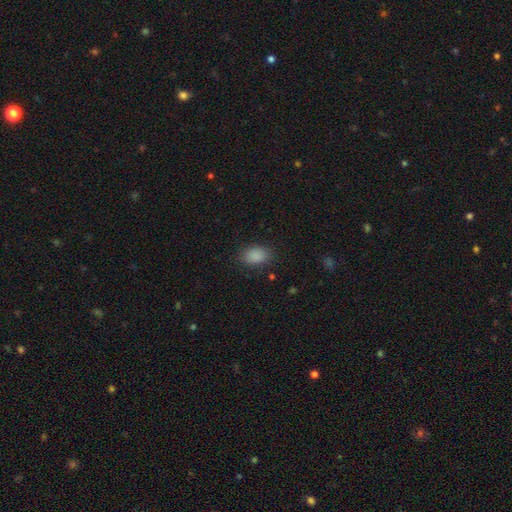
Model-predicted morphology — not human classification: smooth_or_featured: smooth (p=0.88) [alt: star or artifact p=0.09]
how_rounded: in between (p=0.79) [alt: round p=0.20]
merging: none (p=0.83) [alt: minor disturbance p=0.12]